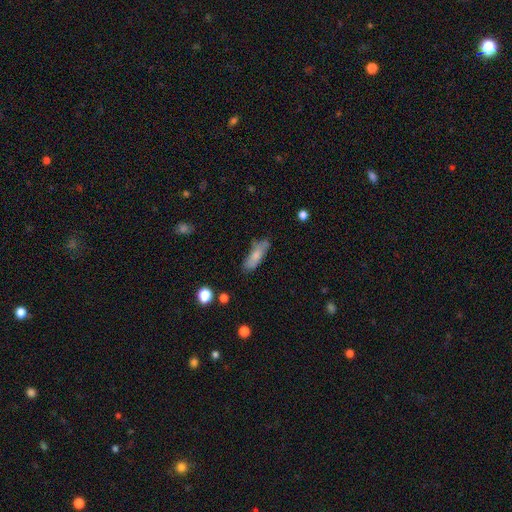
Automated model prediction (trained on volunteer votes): smooth_or_featured: smooth (p=0.71) [alt: featured or disk p=0.22]
how_rounded: in between (p=0.51) [alt: cigar-shaped p=0.46]
merging: none (p=0.69) [alt: minor disturbance p=0.22]